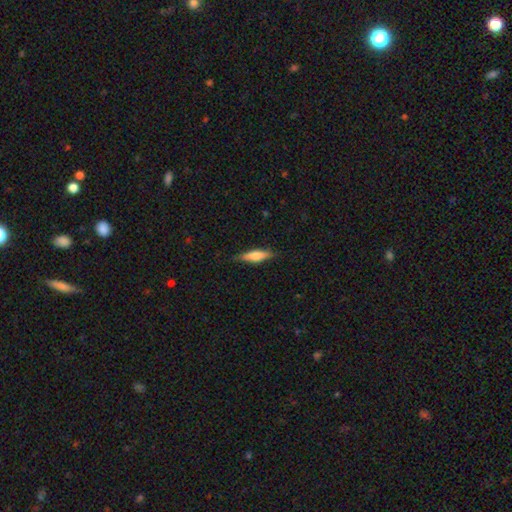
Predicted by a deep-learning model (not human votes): Smooth or featured: smooth — 56% (featured or disk — 37%)
How rounded: cigar-shaped — 68% (in between — 30%)
Merging: none — 82% (minor disturbance — 14%)